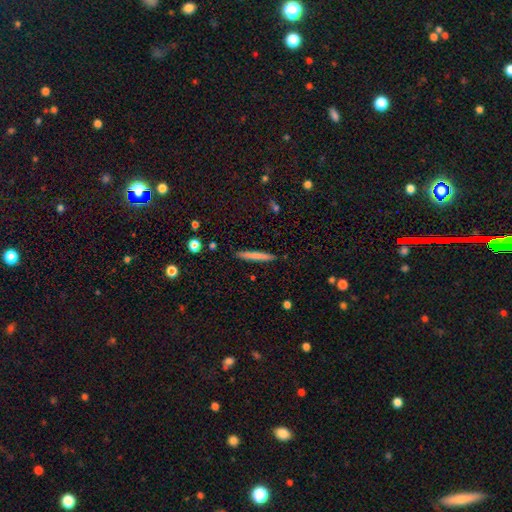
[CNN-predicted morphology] Smooth or featured?
  - smooth: 71% *
  - featured or disk: 22%
  - star or artifact: 7%
How rounded?
  - cigar-shaped: 96% *
  - in between: 3%
  - round: 1%
Merging?
  - none: 91% *
  - minor disturbance: 7%
  - major disturbance: 1%
  - merger: 1%